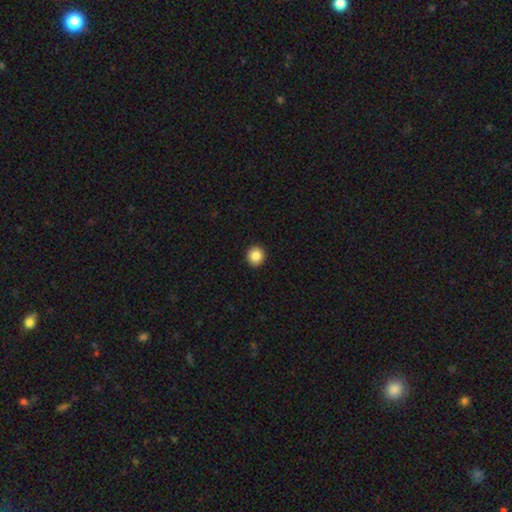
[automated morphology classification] Smooth or featured: smooth — 86% (star or artifact — 9%)
How rounded: round — 89% (in between — 10%)
Merging: none — 93% (minor disturbance — 4%)